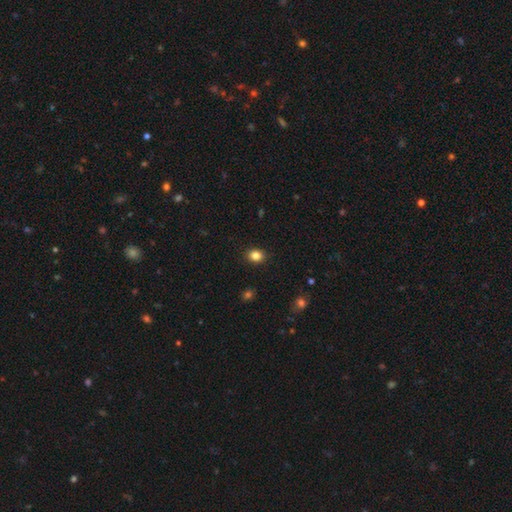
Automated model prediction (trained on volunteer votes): smooth 84%, star or artifact 11%, featured or disk 5%. Down the decision tree: how rounded — round (57%); merging — none (90%).